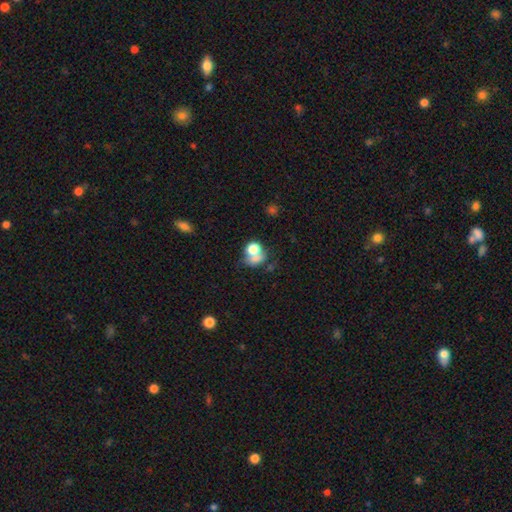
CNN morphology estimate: Overall: smooth (68%). How rounded: round (66%; in between 33%). Merging: merger (38%; none 36%).